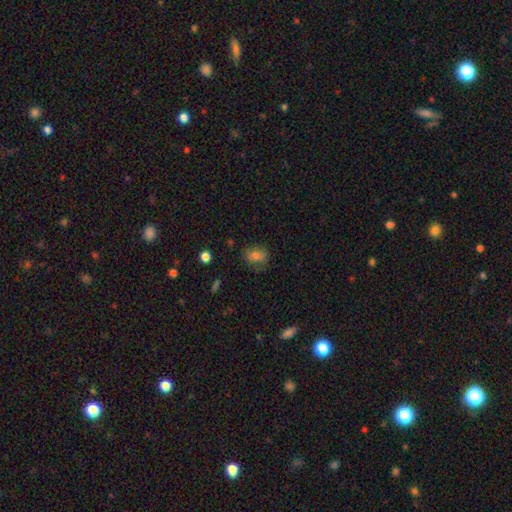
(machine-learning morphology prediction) Smooth or featured: smooth — 75% (featured or disk — 14%)
How rounded: in between — 55% (round — 43%)
Merging: none — 70% (minor disturbance — 22%)